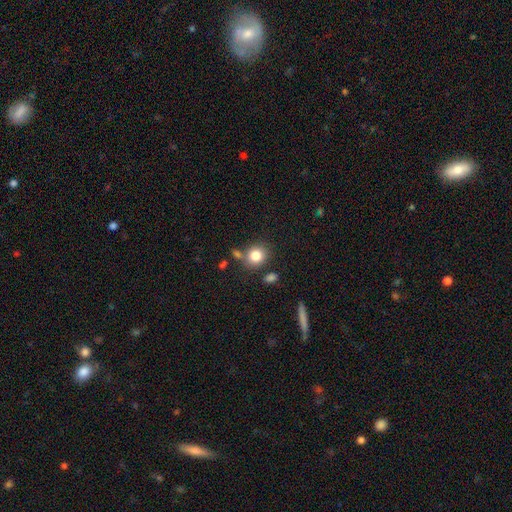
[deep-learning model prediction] smooth_or_featured: smooth (p=0.82) [alt: star or artifact p=0.10]
how_rounded: round (p=0.77) [alt: in between p=0.22]
merging: none (p=0.71) [alt: merger p=0.13]